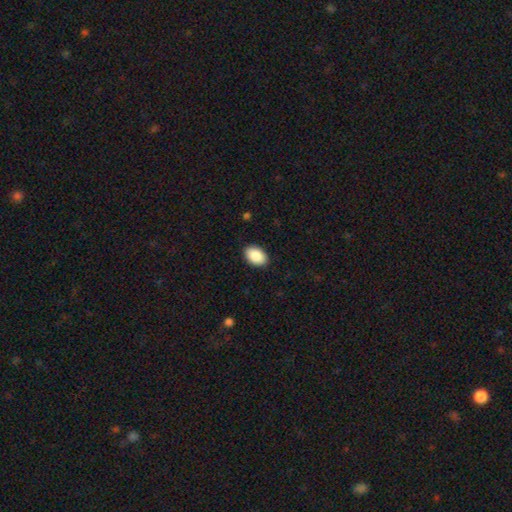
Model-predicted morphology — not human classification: smooth 91%, star or artifact 6%, featured or disk 3%. Down the decision tree: how rounded — in between (90%); merging — none (90%).